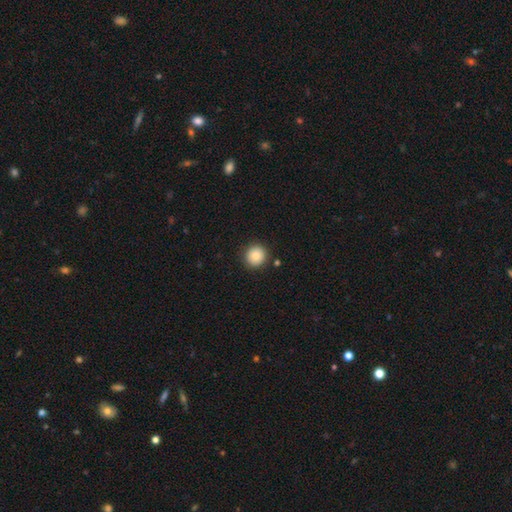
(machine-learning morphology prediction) This appears to be a smooth galaxy with no disk features (84%) that is round (93%). Merging: none (90%).